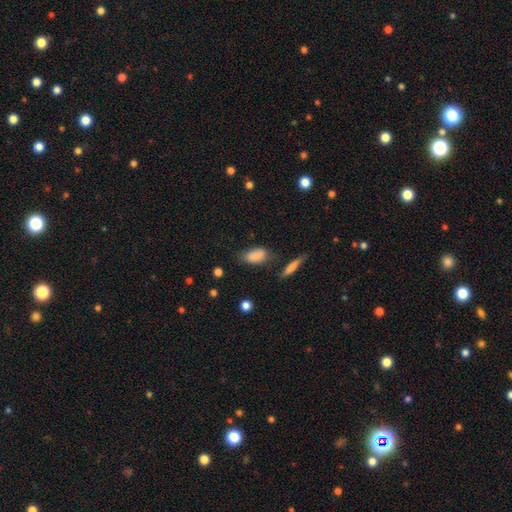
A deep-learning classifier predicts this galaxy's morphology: smooth-or-featured: smooth: 85% | star or artifact: 8% | featured or disk: 7%
  how-rounded: in between: 89% | round: 6% | cigar-shaped: 6%
  merging: none: 59% | minor disturbance: 26% | major disturbance: 8% | merger: 8%